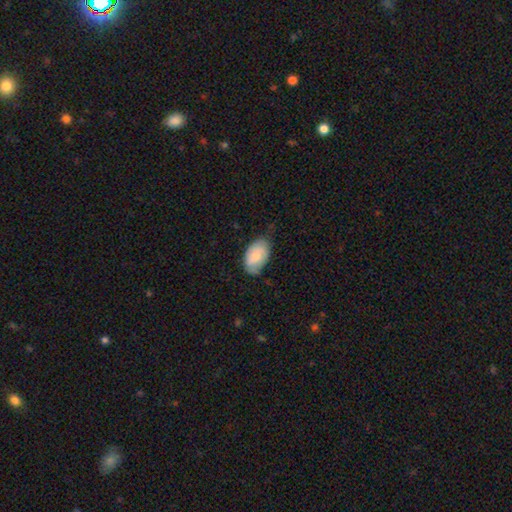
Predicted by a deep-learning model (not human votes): A smooth galaxy with no disk features (80%) that is in between round and cigar-shaped (94%).

Vote fractions:
- Smooth or featured? smooth: 80% / featured or disk: 15% / star or artifact: 6%
- How rounded? in between: 94% / round: 5% / cigar-shaped: 1%
- Merging? none: 56% / minor disturbance: 36% / major disturbance: 7% / merger: 2%